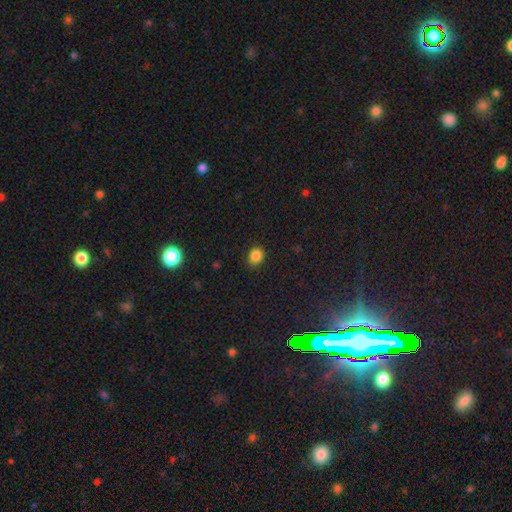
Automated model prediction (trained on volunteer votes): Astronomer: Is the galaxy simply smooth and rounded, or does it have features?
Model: smooth — 85%.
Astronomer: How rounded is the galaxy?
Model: round — 53% (runner-up: in between, 46%).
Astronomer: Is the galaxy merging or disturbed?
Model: none — 86%.